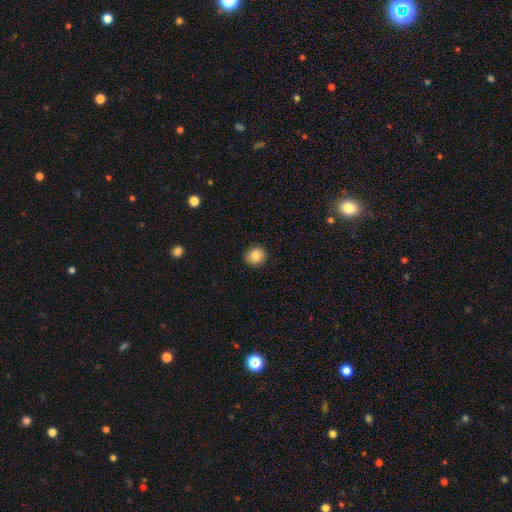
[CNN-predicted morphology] Smooth or featured? smooth (86%)
How rounded? round (89%)
Merging? none (88%)